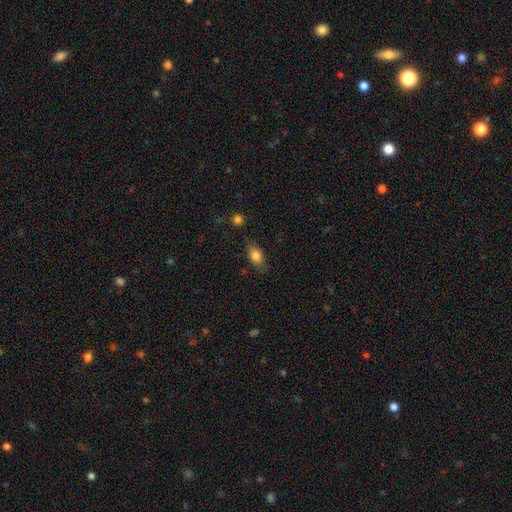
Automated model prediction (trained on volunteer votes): Smooth or featured? Predicted: smooth (p=0.78). How rounded? Predicted: in between (p=0.81). Merging? Predicted: none (p=0.77).